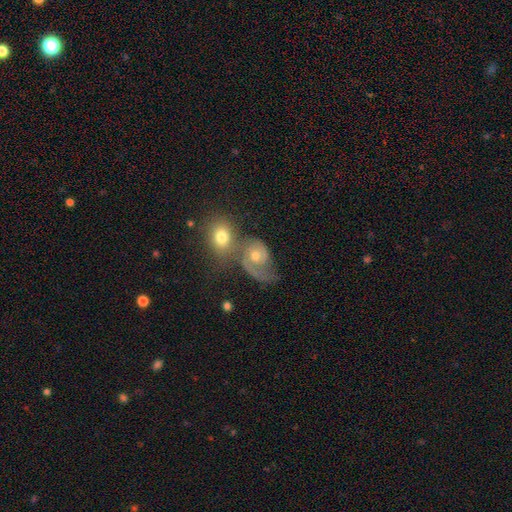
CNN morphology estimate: smooth_or_featured: featured or disk (p=0.66) [alt: smooth p=0.25]
disk_edge_on: no (p=0.97) [alt: yes p=0.03]
bar: no (p=0.76) [alt: weak p=0.20]
has_spiral_arms: yes (p=0.86) [alt: no p=0.14]
spiral_winding: medium (p=0.41) [alt: tight p=0.31]
spiral_arm_count: 2 (p=0.45) [alt: 1 p=0.41]
bulge_size: moderate (p=0.61) [alt: small p=0.30]
merging: merger (p=0.35) [alt: none p=0.31]